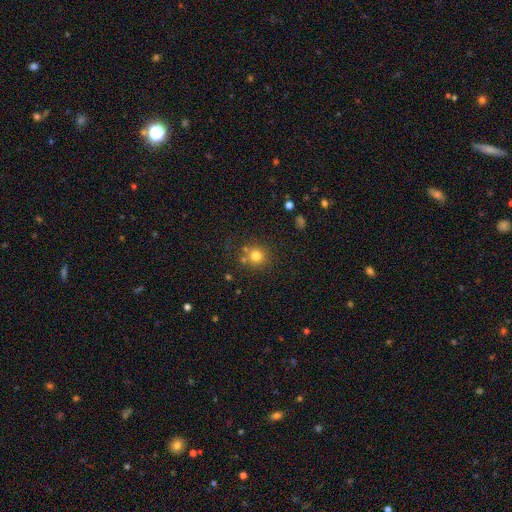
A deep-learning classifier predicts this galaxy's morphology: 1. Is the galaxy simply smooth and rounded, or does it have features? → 78% smooth, 14% star or artifact, 8% featured or disk.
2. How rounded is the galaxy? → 90% round, 9% in between, 1% cigar-shaped.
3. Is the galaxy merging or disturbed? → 72% none, 14% merger, 10% minor disturbance, 4% major disturbance.